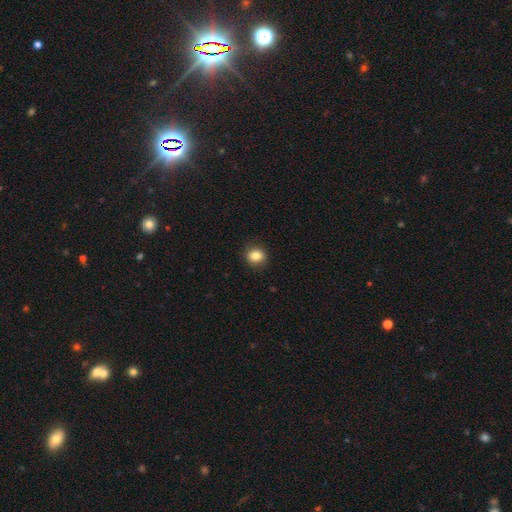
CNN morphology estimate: This appears to be a smooth galaxy with no disk features (84%) that is round (75%). Merging: none (88%).